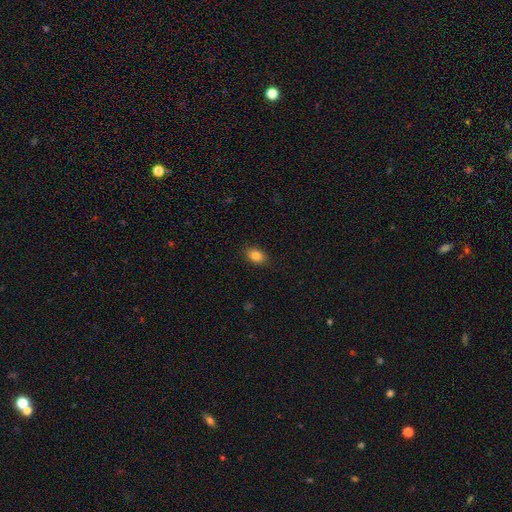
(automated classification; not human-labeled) A smooth galaxy with no disk features (85%) that is in between round and cigar-shaped (77%). Merging: none (88%).